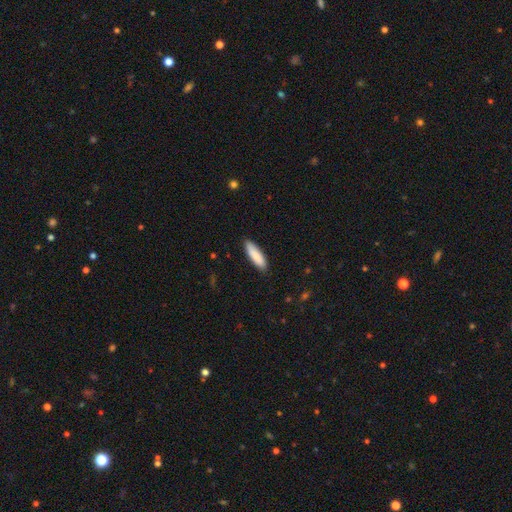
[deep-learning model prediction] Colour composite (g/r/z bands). It shows a smooth galaxy with no disk features (88%) that is cigar-shaped (59%). Merging: none (86%).